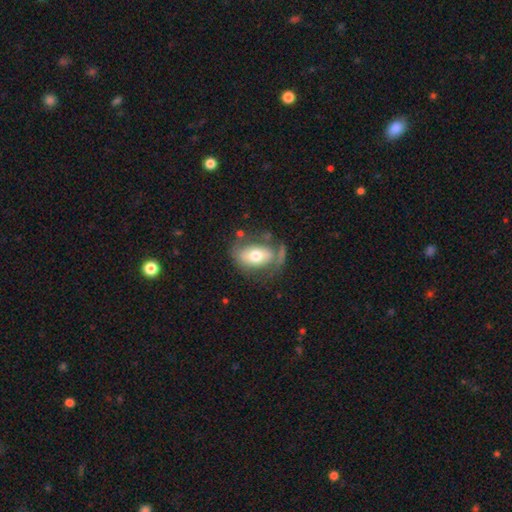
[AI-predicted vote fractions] Smooth or featured: smooth — 58% (featured or disk — 36%)
How rounded: in between — 84% (round — 14%)
Merging: none — 50% (minor disturbance — 23%)